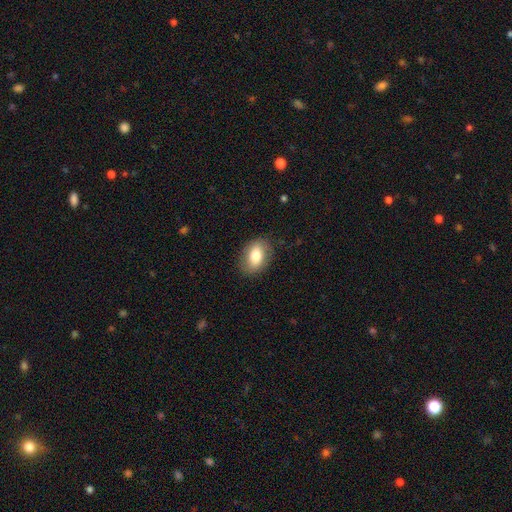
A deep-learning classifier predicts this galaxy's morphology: A smooth galaxy with no disk features (78%) that is in between round and cigar-shaped (85%).

Vote fractions:
- Smooth or featured? smooth: 78% / featured or disk: 14% / star or artifact: 7%
- How rounded? in between: 85% / round: 14% / cigar-shaped: 2%
- Merging? none: 83% / minor disturbance: 12% / major disturbance: 3% / merger: 1%